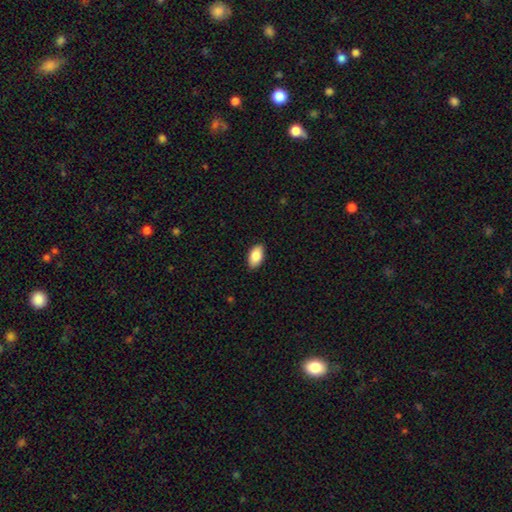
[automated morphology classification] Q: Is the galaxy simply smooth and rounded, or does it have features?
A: smooth — 87%.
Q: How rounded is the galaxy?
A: in between — 94%.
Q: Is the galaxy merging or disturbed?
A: none — 88%.